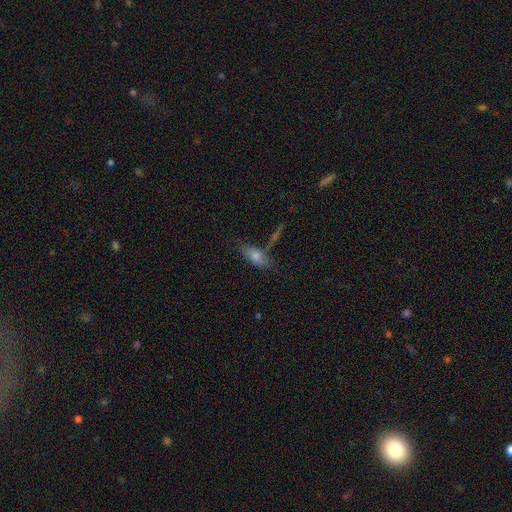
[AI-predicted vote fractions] This is likely a smooth galaxy (68%). How rounded: likely in between (75%). Merging: likely none (61%).